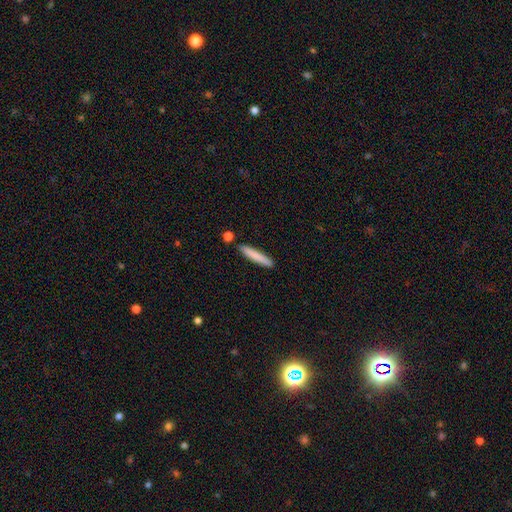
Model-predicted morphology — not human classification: This appears to be a smooth galaxy with no disk features (81%) that is cigar-shaped (94%). Merging: none (87%).